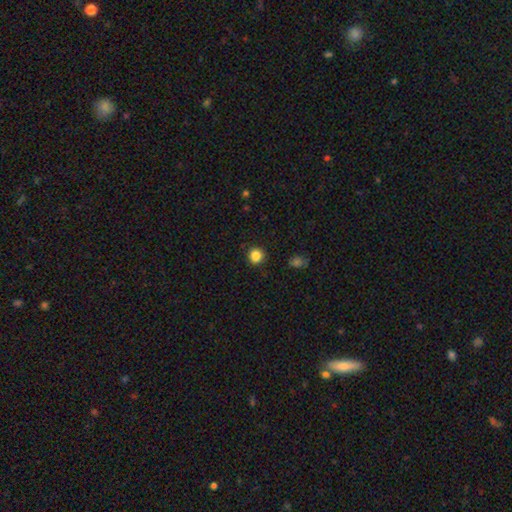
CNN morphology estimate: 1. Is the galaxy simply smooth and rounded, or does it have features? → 85% smooth, 11% star or artifact, 4% featured or disk.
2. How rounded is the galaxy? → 91% round, 8% in between, 1% cigar-shaped.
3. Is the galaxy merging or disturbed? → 91% none, 6% minor disturbance, 2% major disturbance, 1% merger.